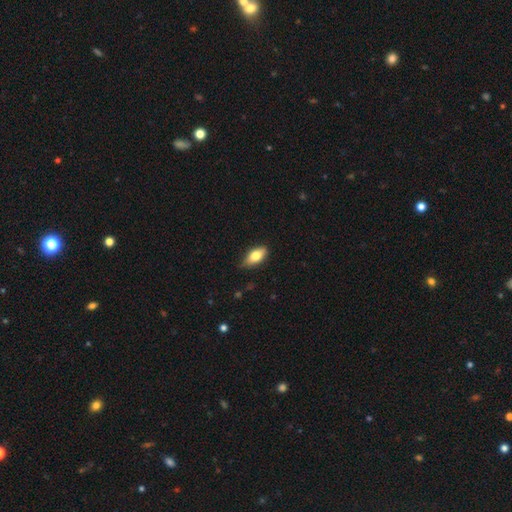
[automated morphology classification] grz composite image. It shows a smooth galaxy with no disk features (76%) that is in between round and cigar-shaped (87%). Merging: none (77%).